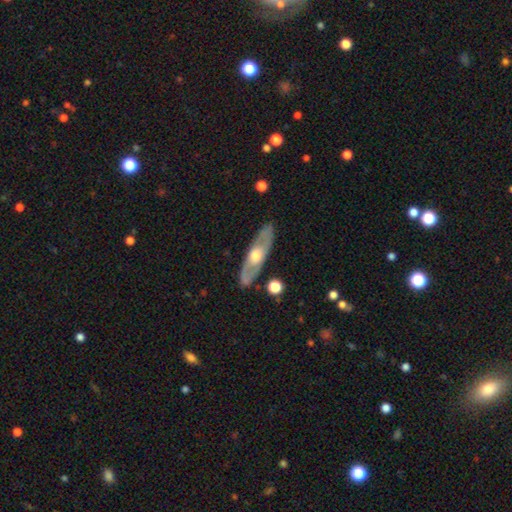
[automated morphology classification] featured or disk 64%, smooth 31%, star or artifact 5%. Down the decision tree: edge-on disk — no (54%); merging — none (86%).